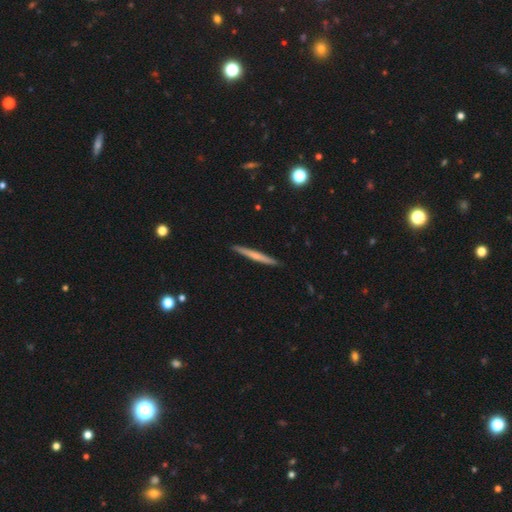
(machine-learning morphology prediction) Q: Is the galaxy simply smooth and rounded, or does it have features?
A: smooth — 52%.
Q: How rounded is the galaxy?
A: cigar-shaped — 96%.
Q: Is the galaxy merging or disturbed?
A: none — 92%.